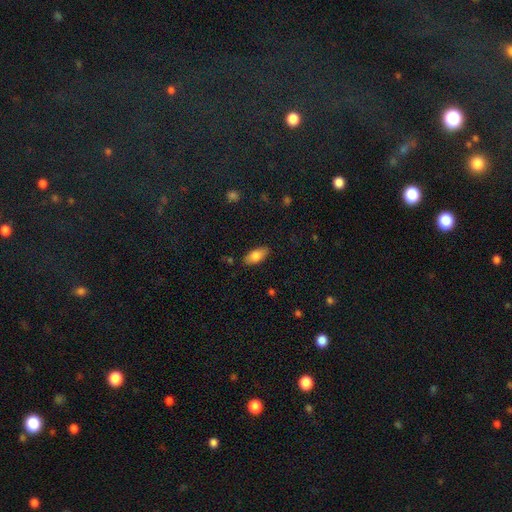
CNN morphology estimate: This is clearly a smooth galaxy (81%). How rounded: clearly in between (89%). Merging: clearly none (86%).